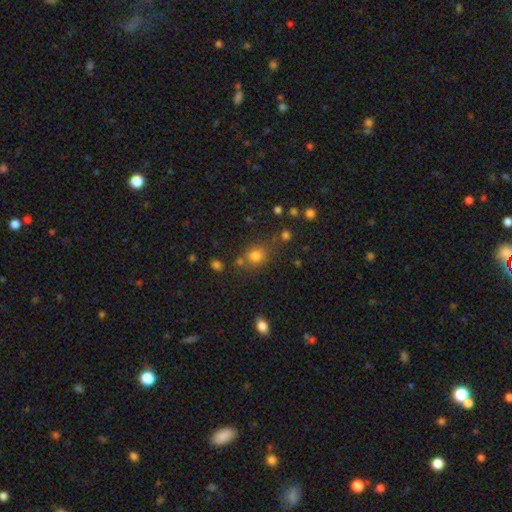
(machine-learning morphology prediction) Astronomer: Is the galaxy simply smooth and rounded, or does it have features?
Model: smooth — 77%.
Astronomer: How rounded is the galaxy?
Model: round — 61% (runner-up: in between, 38%).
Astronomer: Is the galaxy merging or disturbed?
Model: none — 65%.